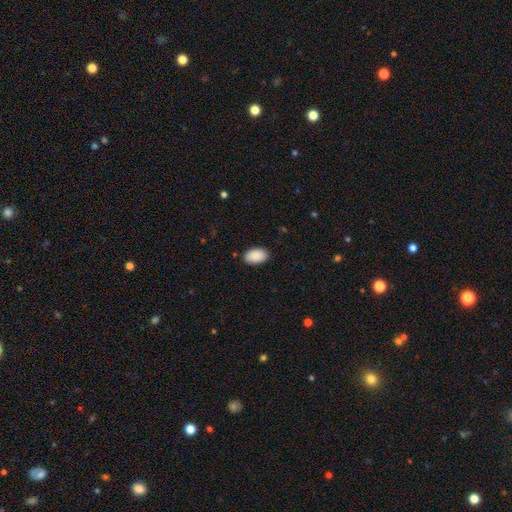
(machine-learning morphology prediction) The model was most divided on "merging": none: 88%, minor disturbance: 9%, major disturbance: 2%, merger: 1%. More confident: how rounded — in between (94%); smooth or featured — smooth (90%).